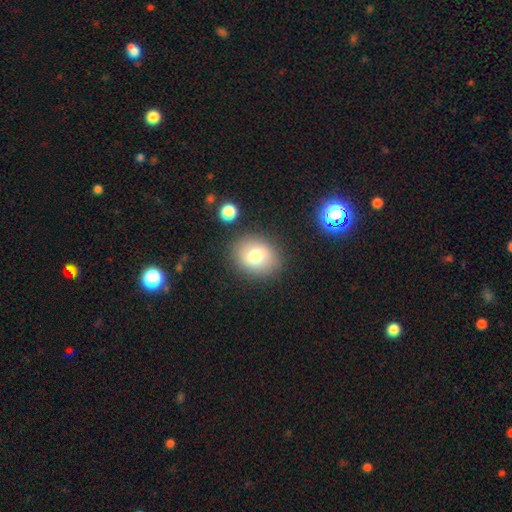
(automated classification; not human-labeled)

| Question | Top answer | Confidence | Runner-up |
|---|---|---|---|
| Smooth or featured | smooth | 75% | featured or disk (15%) |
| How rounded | round | 51% | in between (48%) |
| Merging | none | 83% | minor disturbance (10%) |